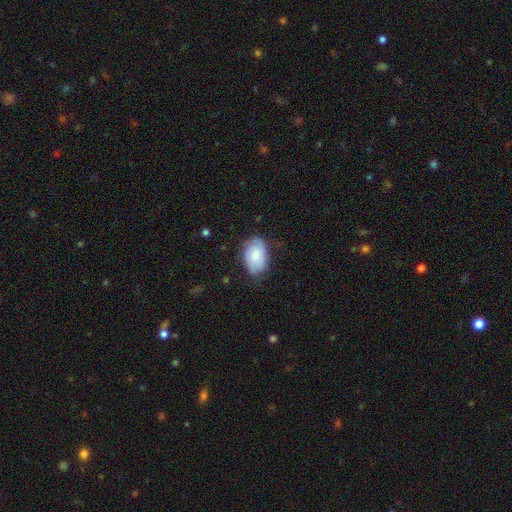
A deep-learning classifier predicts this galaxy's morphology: Smooth or featured? Predicted: smooth (p=0.73). How rounded? Predicted: in between (p=0.89). Merging? Predicted: none (p=0.69).